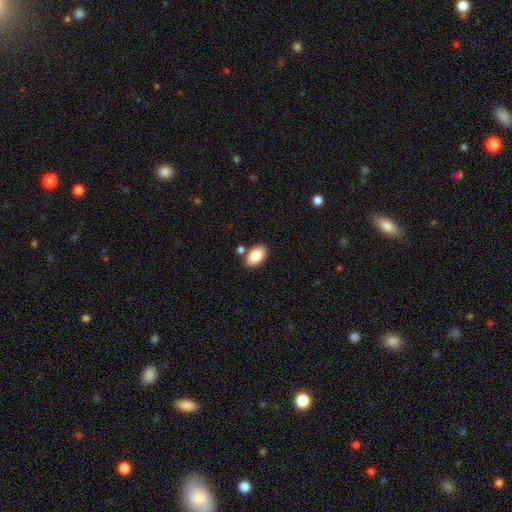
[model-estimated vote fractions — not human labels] Overall: smooth (85%). How rounded: in between (93%). Merging: none (79%).